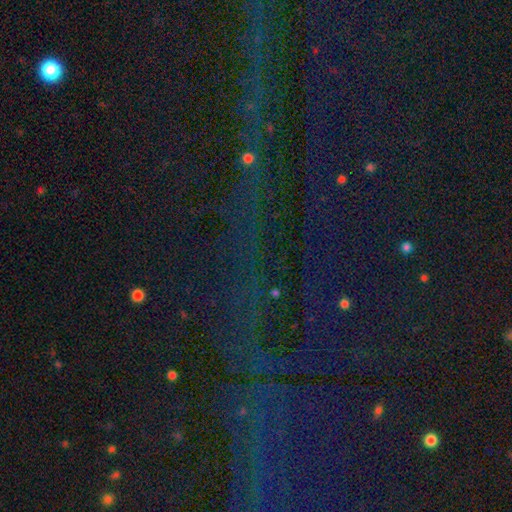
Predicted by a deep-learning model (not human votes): Overall: star or artifact (83%).